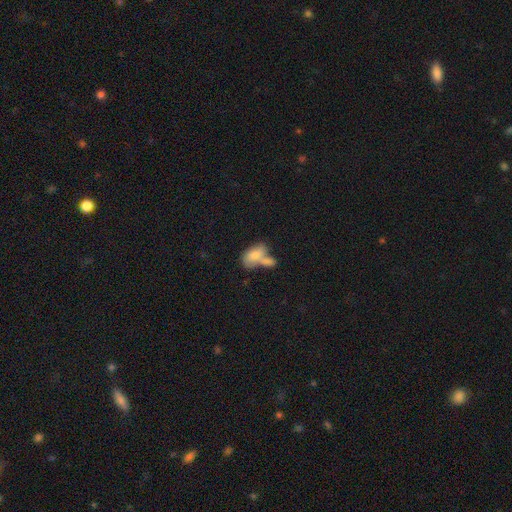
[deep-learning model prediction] smooth_or_featured: smooth (p=0.72) [alt: featured or disk p=0.20]
how_rounded: in between (p=0.90) [alt: round p=0.06]
merging: merger (p=0.61) [alt: none p=0.20]